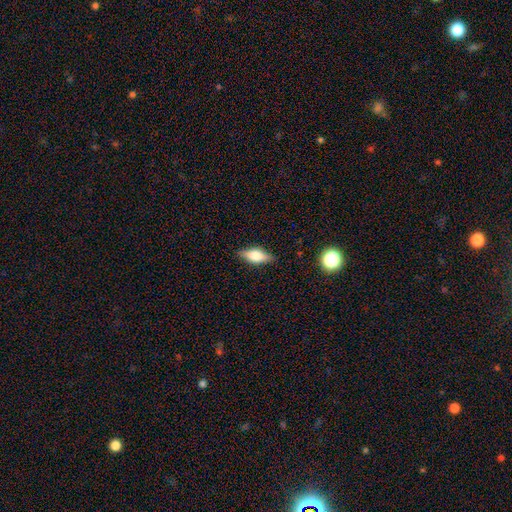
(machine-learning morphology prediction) Smooth or featured? Predicted: smooth (p=0.57). How rounded? Predicted: in between (p=0.71). Merging? Predicted: none (p=0.84).